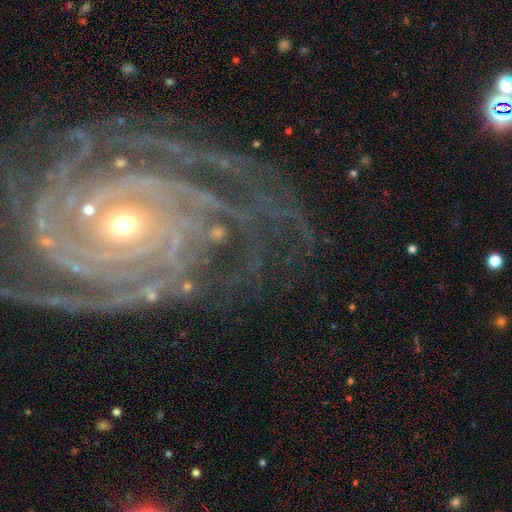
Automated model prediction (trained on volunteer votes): Smooth or featured: featured or disk — 91% (star or artifact — 6%)
Edge-on disk: no — 97% (yes — 3%)
Bar: no — 68% (weak — 19%)
Spiral arms: yes — 98% (no — 2%)
Spiral winding: tight — 81% (medium — 15%)
Spiral arm count: more than 4 — 23% (can't tell — 19%)
Bulge size: small — 51% (moderate — 45%)
Merging: none — 73% (minor disturbance — 16%)